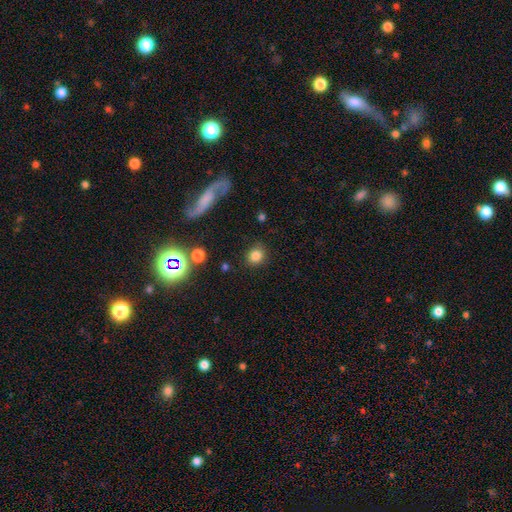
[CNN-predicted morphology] This is clearly a smooth galaxy (81%). How rounded: likely round (80%). Merging: clearly none (85%).